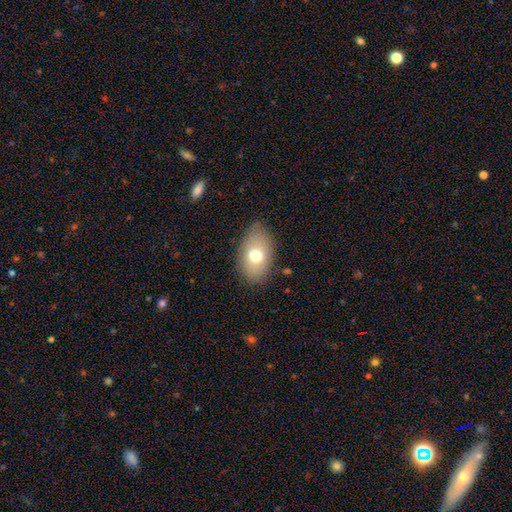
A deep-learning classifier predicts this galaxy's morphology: This appears to be a smooth galaxy with no disk features (70%) that is in between round and cigar-shaped (88%). Merging: none (78%).